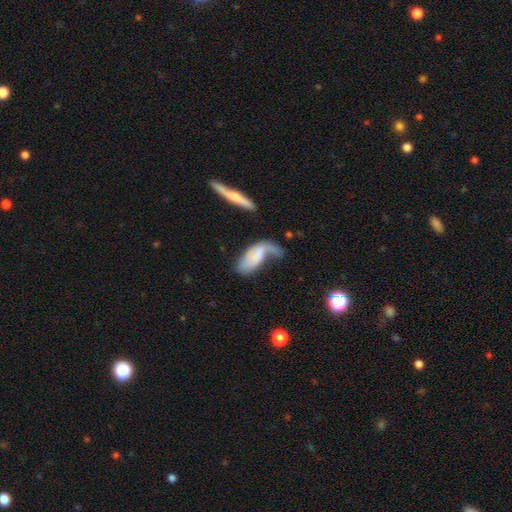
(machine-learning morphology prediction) Smooth or featured? Predicted: smooth (p=0.53). How rounded? Predicted: in between (p=0.82). Merging? Predicted: major disturbance (p=0.45).